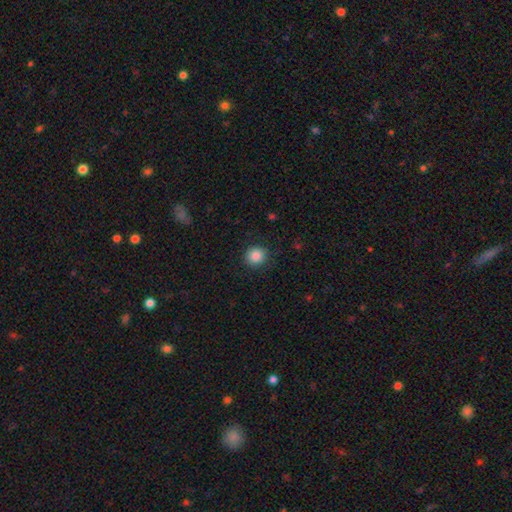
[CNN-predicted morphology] Q: Smooth or featured?
A: smooth (87%); runner-up: star or artifact (10%)
Q: How rounded?
A: round (91%); runner-up: in between (8%)
Q: Merging?
A: none (88%); runner-up: minor disturbance (8%)